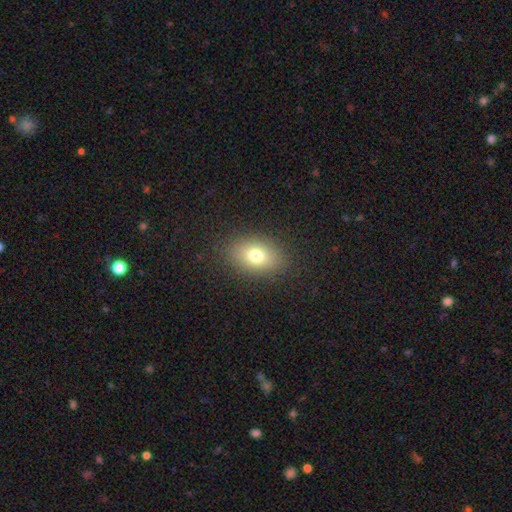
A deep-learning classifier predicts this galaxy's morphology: Q: Smooth or featured?
A: smooth (75%); runner-up: featured or disk (12%)
Q: How rounded?
A: in between (77%); runner-up: round (21%)
Q: Merging?
A: none (87%); runner-up: minor disturbance (8%)